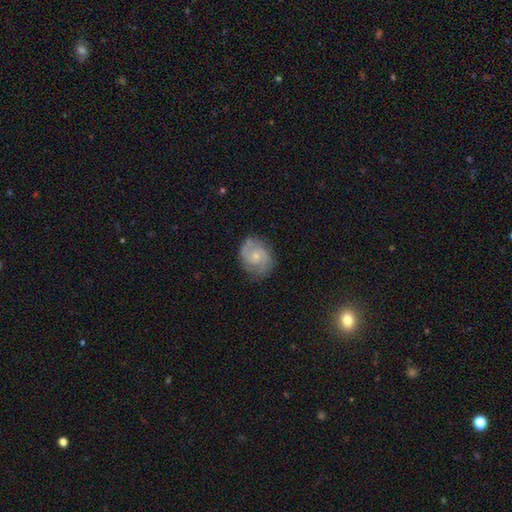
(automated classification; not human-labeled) smooth-or-featured: featured or disk: 77% | smooth: 17% | star or artifact: 6%
  disk-edge-on: no: 98% | yes: 2%
    bar: no: 62% | weak: 33% | strong: 4%
    has-spiral-arms: yes: 94% | no: 6%
      spiral-winding: medium: 48% | tight: 39% | loose: 13%
      spiral-arm-count: 2: 82% | can't tell: 9% | 3: 4% | 1: 2% | 4: 1% | more than 4: 1%
    bulge-size: small: 60% | moderate: 33% | none: 4% | large: 2% | dominant: 1%
  merging: none: 76% | minor disturbance: 18% | major disturbance: 5% | merger: 1%